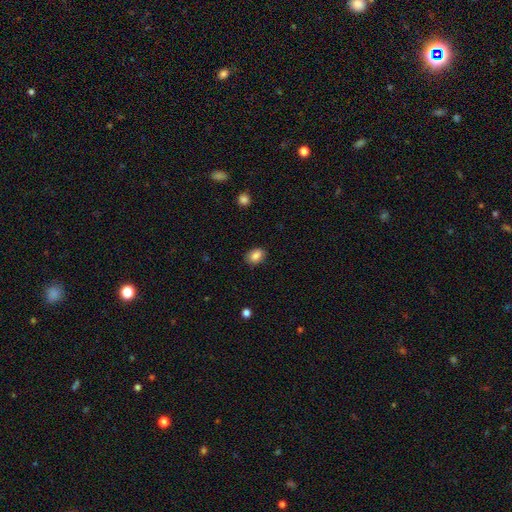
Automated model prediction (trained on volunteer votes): smooth-or-featured: smooth: 86% | star or artifact: 8% | featured or disk: 6%
  how-rounded: in between: 76% | round: 22% | cigar-shaped: 1%
  merging: none: 85% | minor disturbance: 11% | major disturbance: 2% | merger: 1%